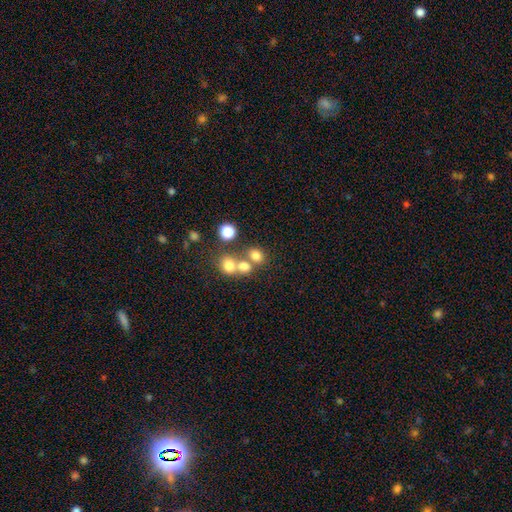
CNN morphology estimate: A smooth galaxy with no disk features (74%) that is round (60%). Merging: none (51%).